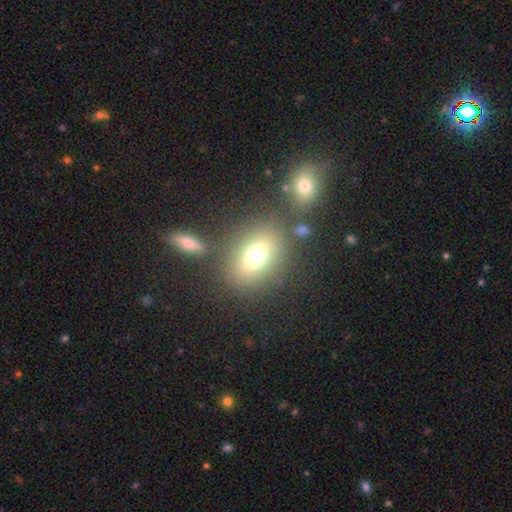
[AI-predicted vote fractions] Q: Smooth or featured?
A: smooth (70%); runner-up: featured or disk (16%)
Q: How rounded?
A: in between (61%); runner-up: round (36%)
Q: Merging?
A: none (73%); runner-up: minor disturbance (11%)